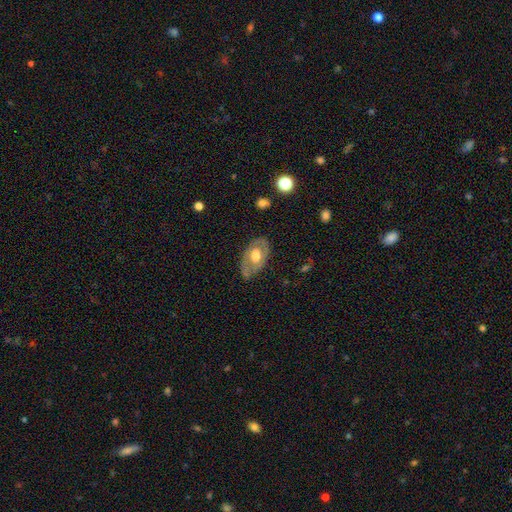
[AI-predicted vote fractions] Morphology: type=featured or disk (57%); edge-on=no (90%); bar=no (70%); spiral arms=no (62%); bulge=moderate (62%); merging=none (66%).